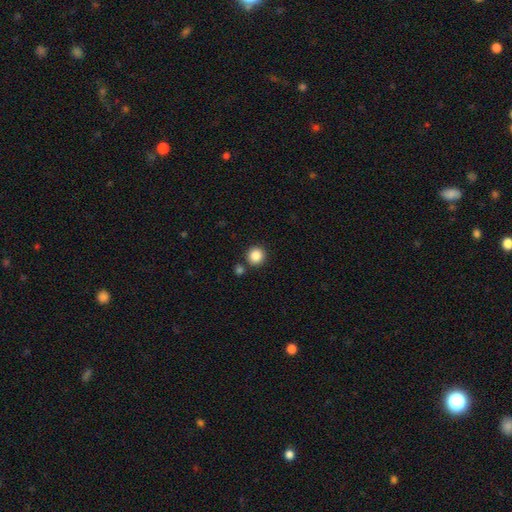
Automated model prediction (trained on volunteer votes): This is clearly a smooth galaxy (87%). How rounded: clearly round (91%). Merging: clearly none (84%).